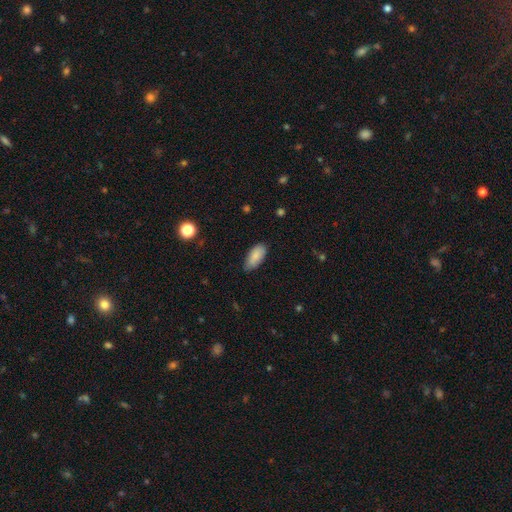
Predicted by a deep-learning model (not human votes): A smooth galaxy with no disk features (86%) that is in between round and cigar-shaped (90%). Merging: none (77%).